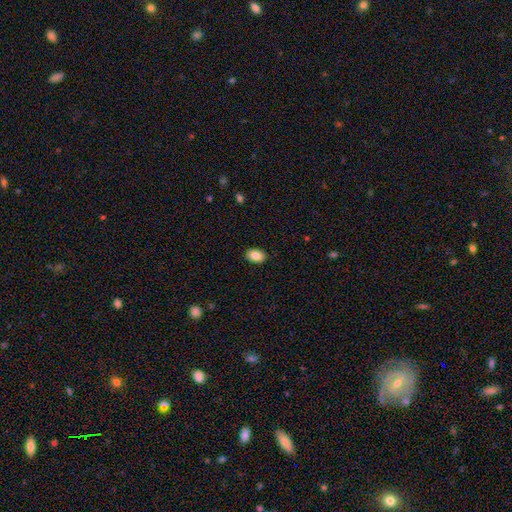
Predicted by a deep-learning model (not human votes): A smooth galaxy with no disk features (86%) that is in between round and cigar-shaped (85%).

Vote fractions:
- Smooth or featured? smooth: 86% / star or artifact: 8% / featured or disk: 6%
- How rounded? in between: 85% / round: 14% / cigar-shaped: 1%
- Merging? none: 89% / minor disturbance: 8% / major disturbance: 2% / merger: 1%